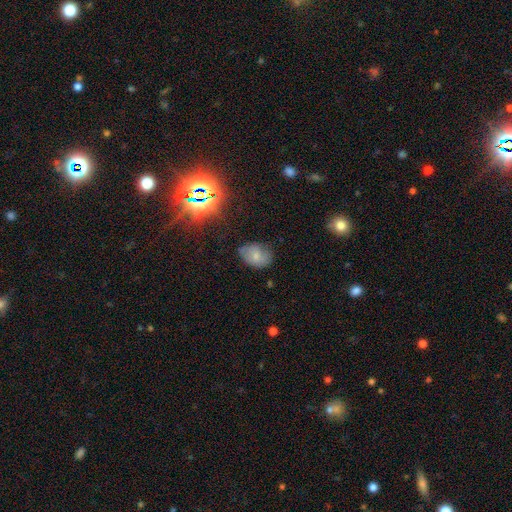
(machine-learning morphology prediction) Overall: smooth (67%). How rounded: in between (77%). Merging: none (64%; minor disturbance 27%).